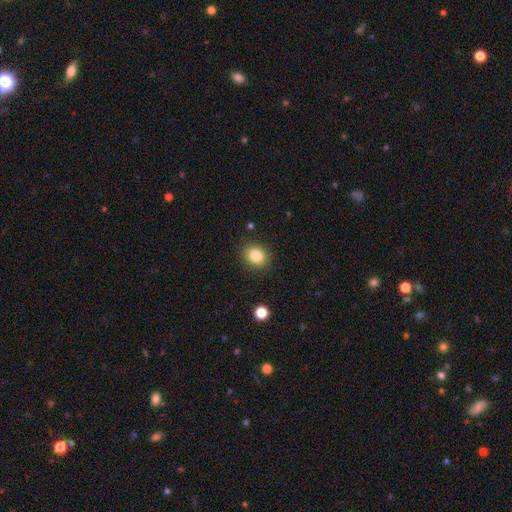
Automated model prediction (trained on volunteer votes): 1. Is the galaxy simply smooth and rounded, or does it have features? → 83% smooth, 10% star or artifact, 6% featured or disk.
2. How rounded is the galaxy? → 59% round, 40% in between, 1% cigar-shaped.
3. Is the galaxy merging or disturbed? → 88% none, 8% minor disturbance, 2% major disturbance, 1% merger.